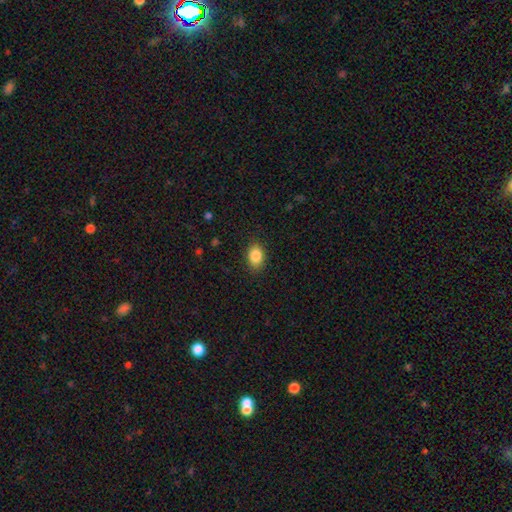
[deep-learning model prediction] This appears to be a smooth galaxy with no disk features (86%) that is in between round and cigar-shaped (79%). Merging: none (87%).